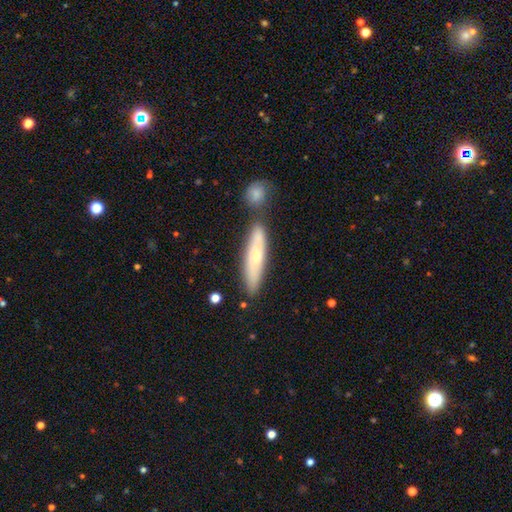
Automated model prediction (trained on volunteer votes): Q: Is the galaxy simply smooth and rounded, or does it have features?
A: smooth — 54%.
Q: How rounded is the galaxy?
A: cigar-shaped — 79%.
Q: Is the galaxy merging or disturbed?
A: none — 69%.